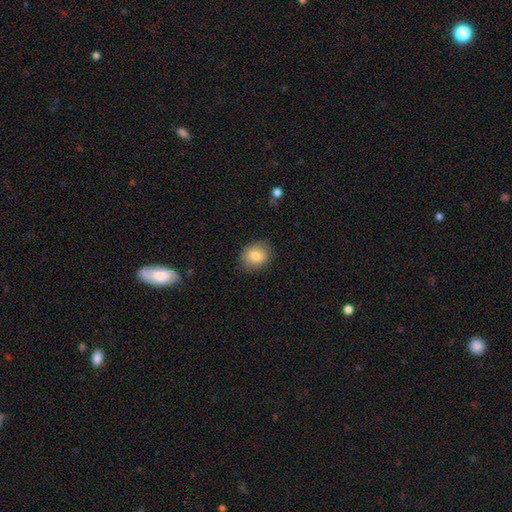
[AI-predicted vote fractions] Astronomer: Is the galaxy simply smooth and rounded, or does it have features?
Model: smooth — 79%.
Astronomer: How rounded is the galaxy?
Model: round — 59% (runner-up: in between, 40%).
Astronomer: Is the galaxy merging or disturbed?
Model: none — 84%.